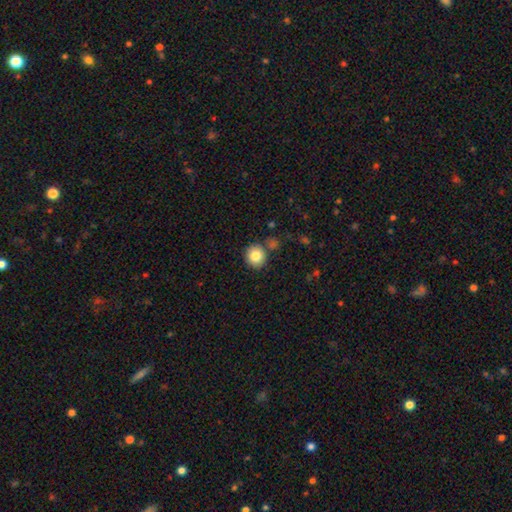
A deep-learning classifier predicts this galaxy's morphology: smooth 82%, star or artifact 10%, featured or disk 8%. Down the decision tree: how rounded — round (89%); merging — none (81%).